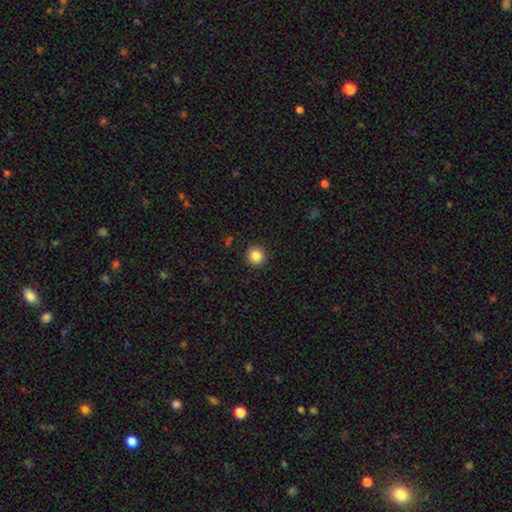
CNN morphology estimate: This is clearly a smooth galaxy (85%). How rounded: clearly round (95%). Merging: clearly none (93%).